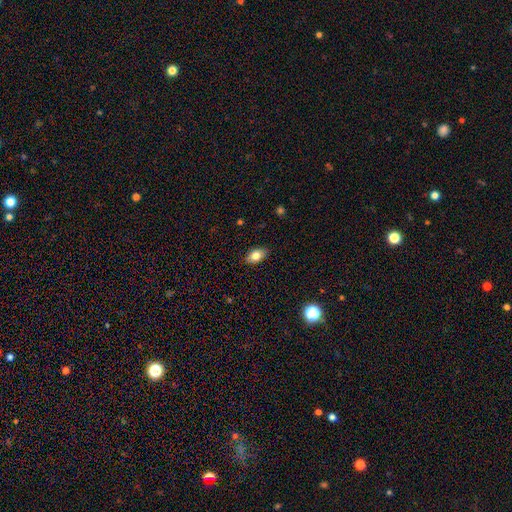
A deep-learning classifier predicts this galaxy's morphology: smooth_or_featured: smooth (p=0.80) [alt: featured or disk p=0.11]
how_rounded: in between (p=0.89) [alt: round p=0.08]
merging: none (p=0.87) [alt: minor disturbance p=0.10]